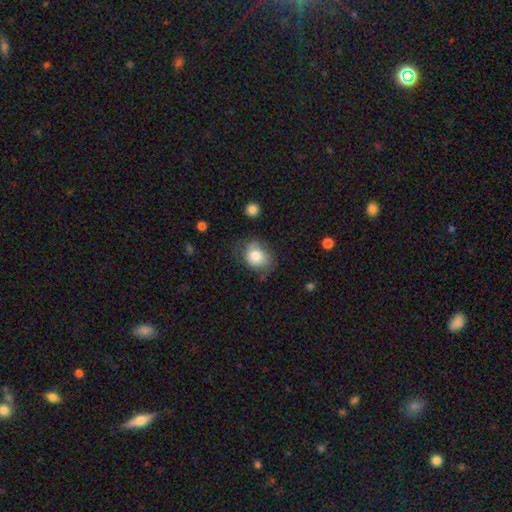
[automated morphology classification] Smooth or featured: smooth — 78% (featured or disk — 13%)
How rounded: round — 56% (in between — 43%)
Merging: none — 57% (minor disturbance — 28%)